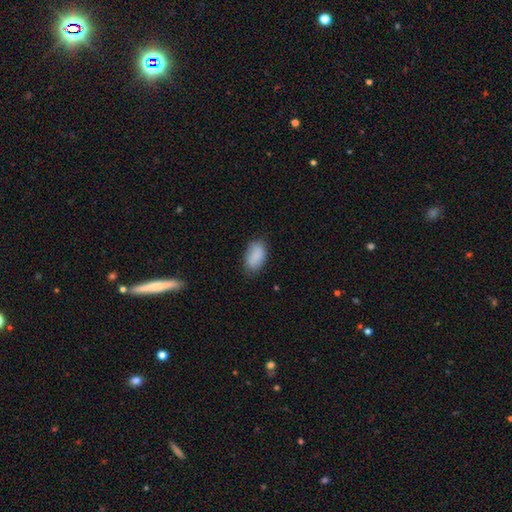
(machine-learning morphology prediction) smooth-or-featured: smooth: 87% | star or artifact: 7% | featured or disk: 6%
  how-rounded: in between: 93% | round: 5% | cigar-shaped: 2%
  merging: none: 75% | minor disturbance: 20% | major disturbance: 4% | merger: 1%